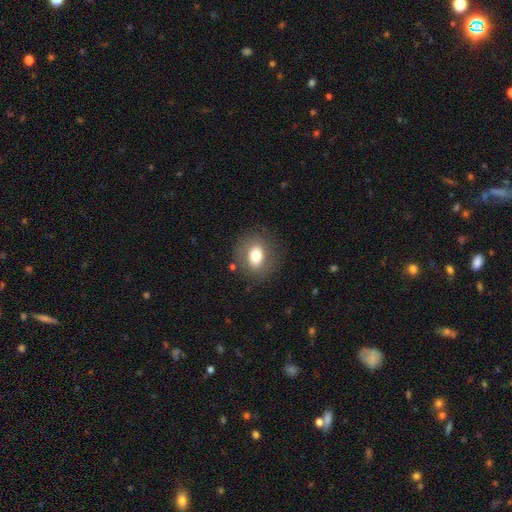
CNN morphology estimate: smooth_or_featured: smooth (p=0.70) [alt: featured or disk p=0.21]
how_rounded: round (p=0.51) [alt: in between p=0.48]
merging: none (p=0.81) [alt: minor disturbance p=0.12]